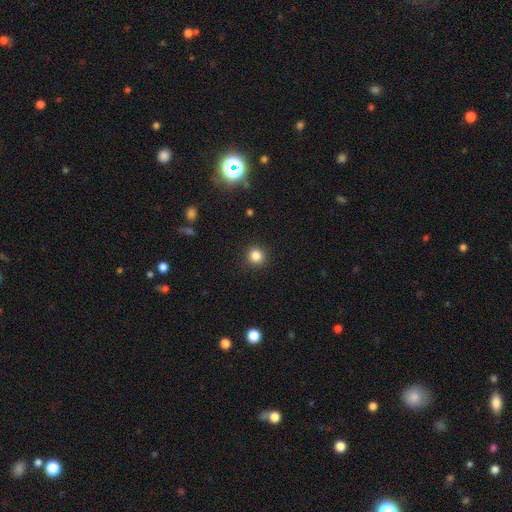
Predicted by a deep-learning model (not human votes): smooth 84%, star or artifact 12%, featured or disk 4%. Down the decision tree: how rounded — round (93%); merging — none (91%).